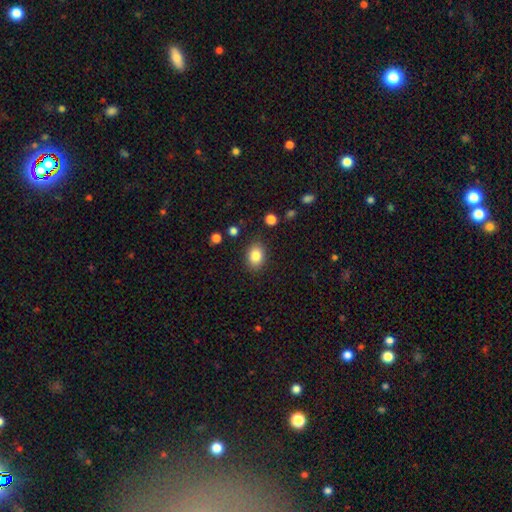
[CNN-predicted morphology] This appears to be a smooth galaxy with no disk features (84%) that is in between round and cigar-shaped (69%). Merging: none (85%).